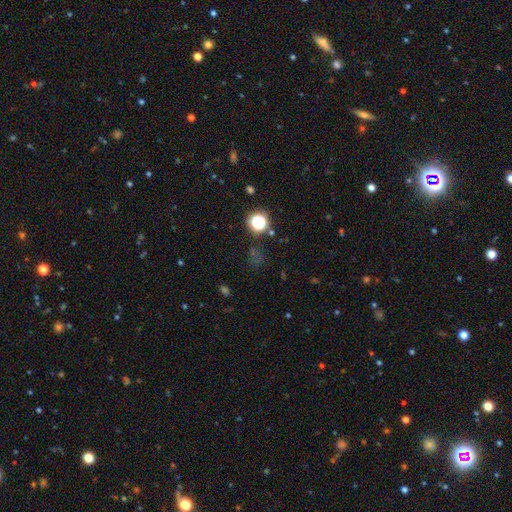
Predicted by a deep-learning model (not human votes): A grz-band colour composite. It shows a star or artifact, not a galaxy (64%).